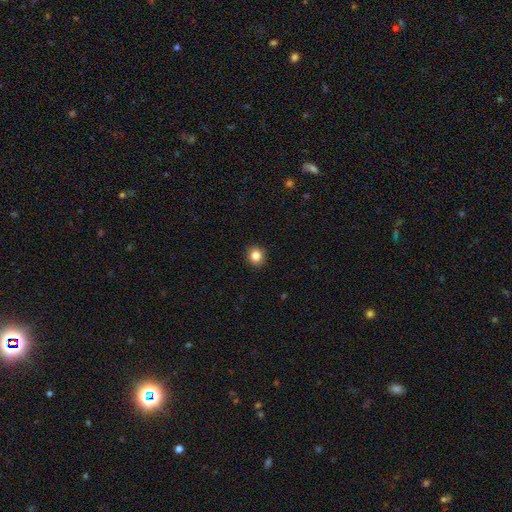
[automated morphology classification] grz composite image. It shows a smooth galaxy with no disk features (85%) that is round (85%). Merging: none (92%).